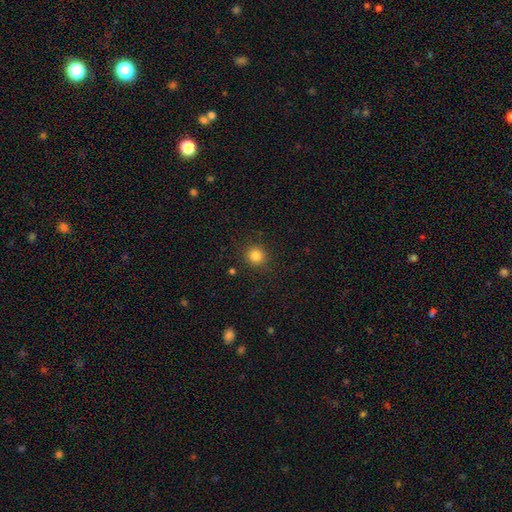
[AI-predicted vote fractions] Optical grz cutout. It shows a smooth galaxy with no disk features (84%) that is round (92%). Merging: none (89%).